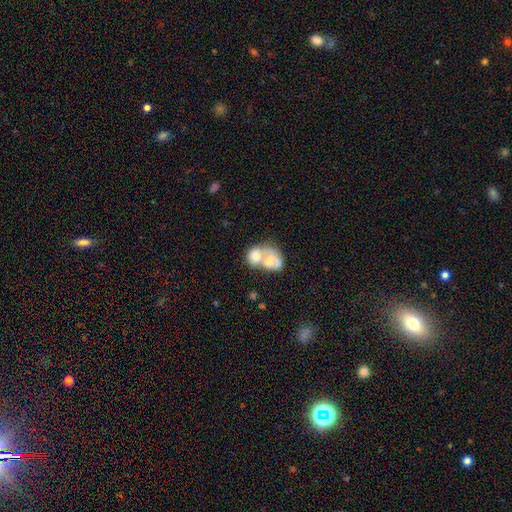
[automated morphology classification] The model was most divided on "how rounded": in between: 59%, round: 39%, cigar-shaped: 1%. More confident: merging — merger (80%); smooth or featured — smooth (60%).